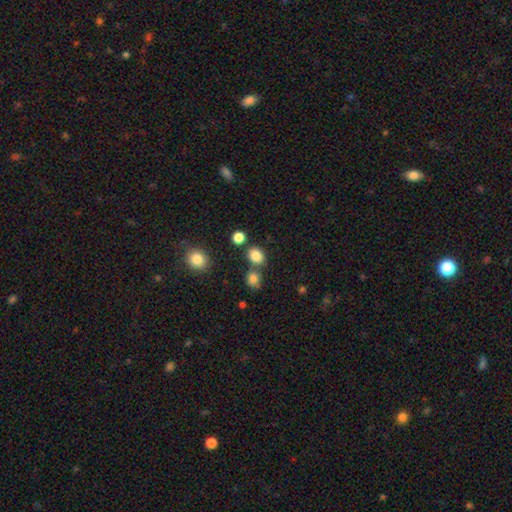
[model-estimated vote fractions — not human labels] Overall: smooth (83%). How rounded: round (61%; in between 38%). Merging: none (70%).